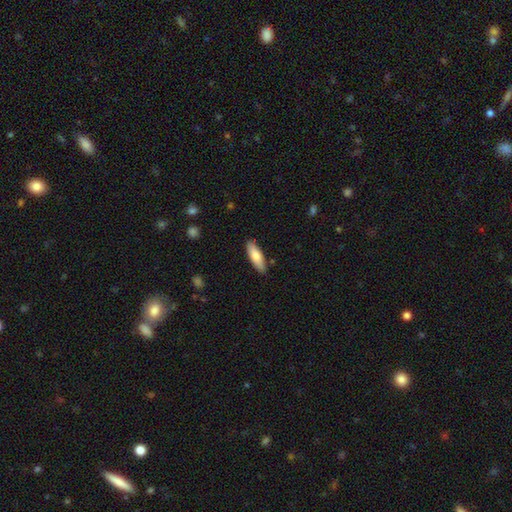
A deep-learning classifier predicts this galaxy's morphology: Smooth or featured? smooth (76%)
How rounded? in between (51%)
Merging? none (86%)